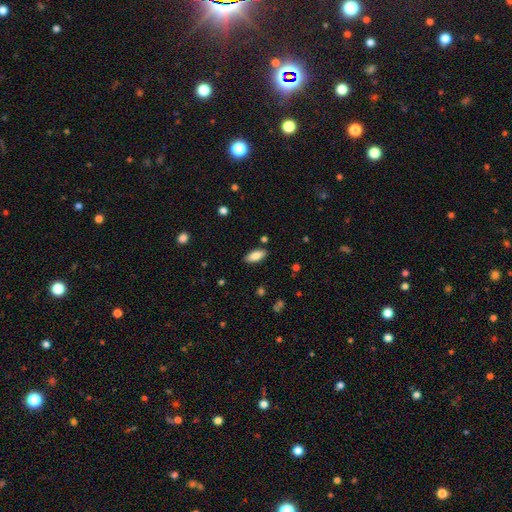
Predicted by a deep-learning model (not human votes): This appears to be a smooth galaxy with no disk features (85%) that is in between round and cigar-shaped (86%). Merging: none (85%).